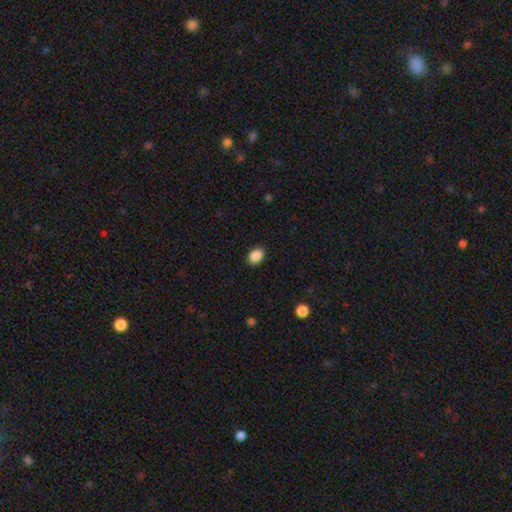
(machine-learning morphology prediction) This is clearly a smooth galaxy (89%). How rounded: likely in between (71%). Merging: clearly none (90%).